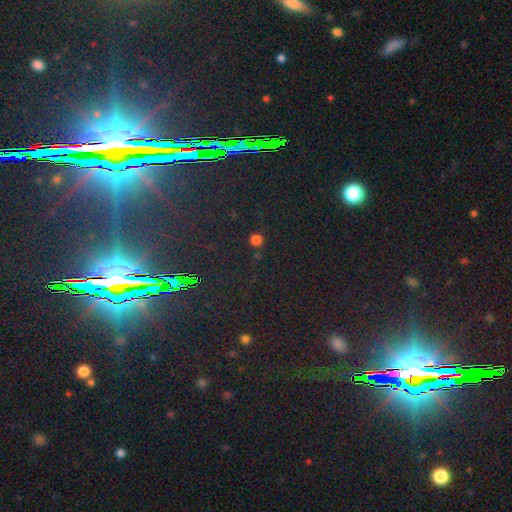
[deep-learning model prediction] smooth-or-featured: star or artifact: 84% | featured or disk: 8% | smooth: 8%